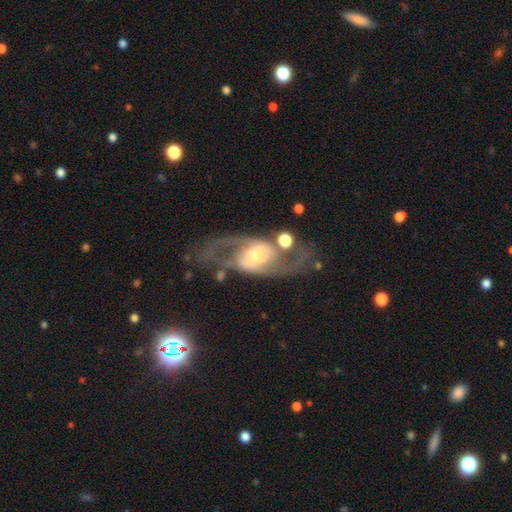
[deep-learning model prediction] This is clearly a featured or disk galaxy (82%). It is clearly not viewed edge-on (93%). Bar: marginally weak (42%). Spiral arm pattern: clearly yes (85%). Spiral arm count: clearly 2 (87%). Spiral winding: possibly medium (48%). Central bulge: possibly moderate (52%). Merging: possibly none (60%).